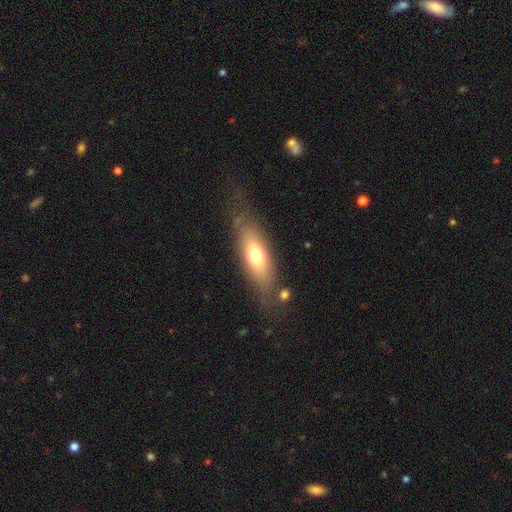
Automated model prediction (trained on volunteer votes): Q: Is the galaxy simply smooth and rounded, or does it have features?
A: smooth — 66%.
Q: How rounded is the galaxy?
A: in between — 65%.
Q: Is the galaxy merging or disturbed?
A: none — 72%.